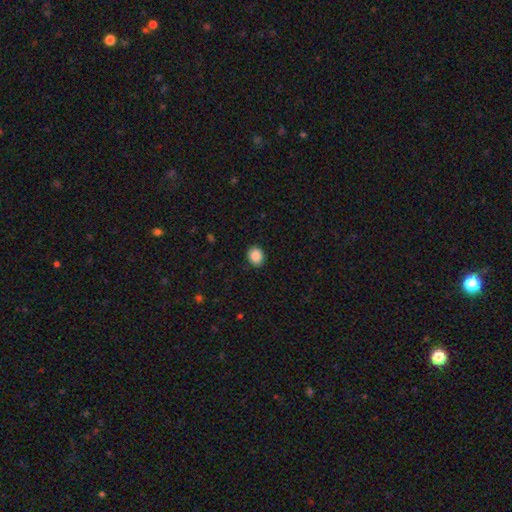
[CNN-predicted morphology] The model was most divided on "how rounded": round: 62%, in between: 37%, cigar-shaped: 1%. More confident: merging — none (89%); smooth or featured — smooth (89%).